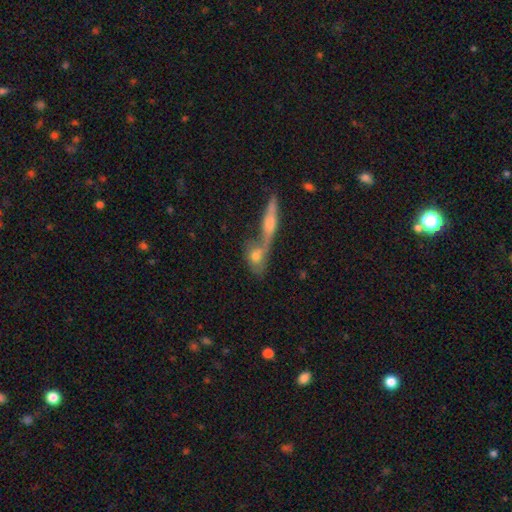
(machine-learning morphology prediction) Overall: smooth (66%). How rounded: in between (58%; round 26%). Merging: merger (60%; none 26%).